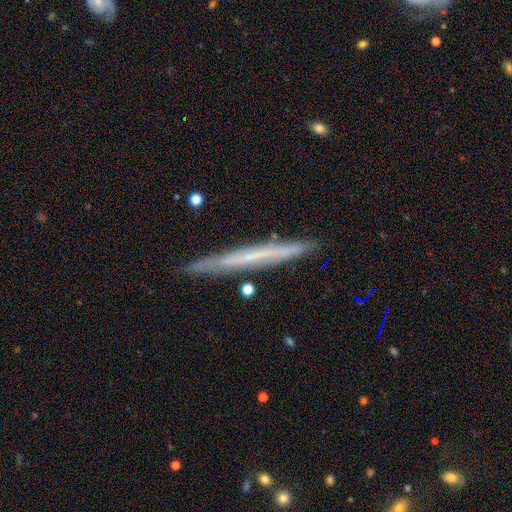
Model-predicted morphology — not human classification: Smooth or featured? Predicted: featured or disk (p=0.52). Edge-on disk? Predicted: yes (p=0.96). Edge-on bulge? Predicted: none (p=0.91). Merging? Predicted: none (p=0.88).